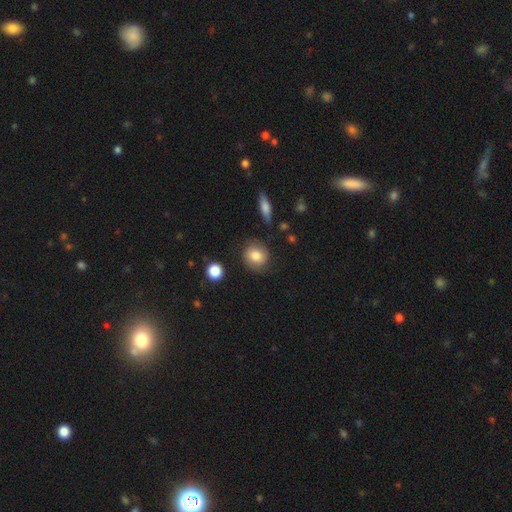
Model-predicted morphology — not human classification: A smooth galaxy with no disk features (76%) that is round (76%). Merging: none (80%).